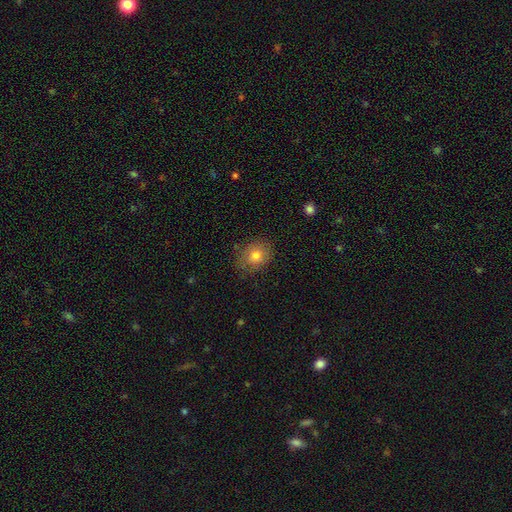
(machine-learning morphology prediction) Smooth or featured? Predicted: smooth (p=0.79). How rounded? Predicted: round (p=0.51). Merging? Predicted: none (p=0.78).